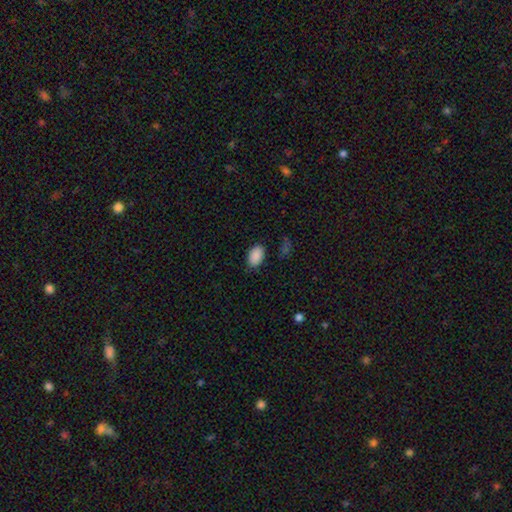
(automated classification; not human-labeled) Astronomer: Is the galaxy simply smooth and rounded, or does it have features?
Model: smooth — 89%.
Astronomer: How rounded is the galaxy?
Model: in between — 90%.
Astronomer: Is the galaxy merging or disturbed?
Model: none — 82%.